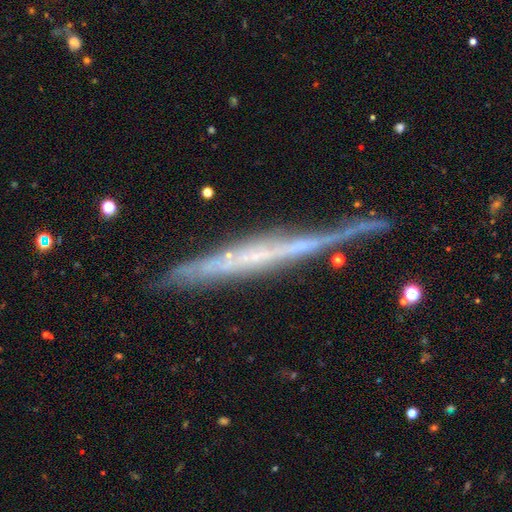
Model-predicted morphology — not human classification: A featured or disk galaxy (72%) viewed edge-on (94%) with no central bulge (79%). Merging: none (71%).